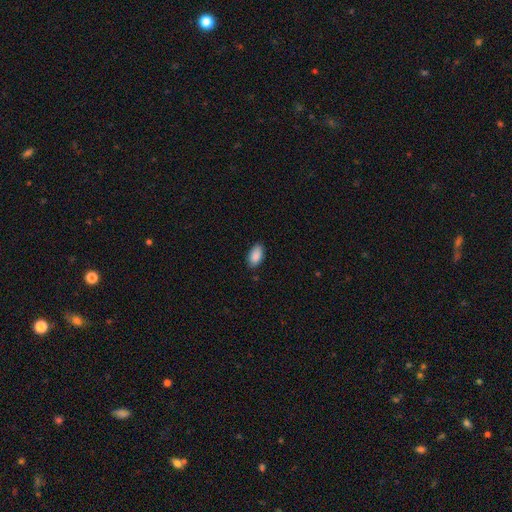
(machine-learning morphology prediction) Overall: smooth (90%). How rounded: in between (94%). Merging: none (85%).